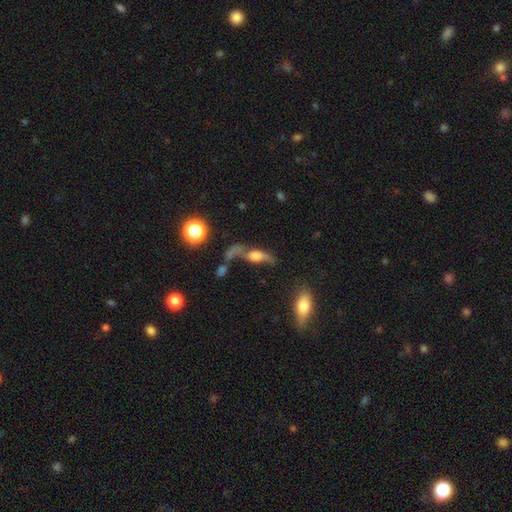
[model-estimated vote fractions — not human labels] This is possibly a featured or disk galaxy (50%). Merging: marginally none (32%).